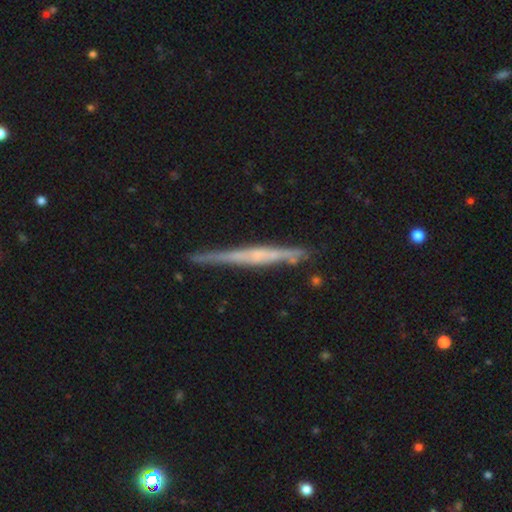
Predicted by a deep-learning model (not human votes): Overall: featured or disk (69%). Edge-on disk: yes (97%). Edge-on bulge: none (51%; rounded 33%). Merging: none (82%).